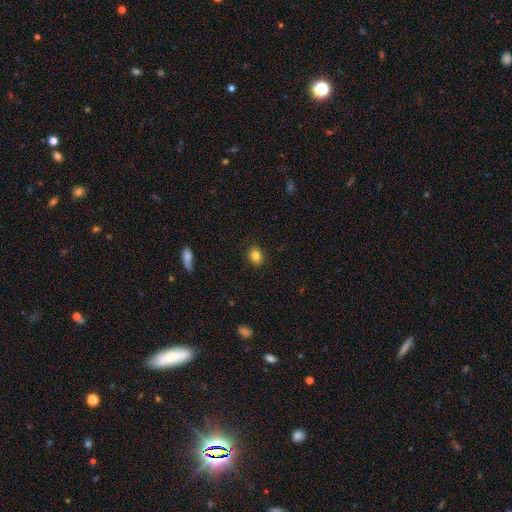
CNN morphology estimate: This is clearly a smooth galaxy (83%). How rounded: possibly round (54%). Merging: clearly none (89%).